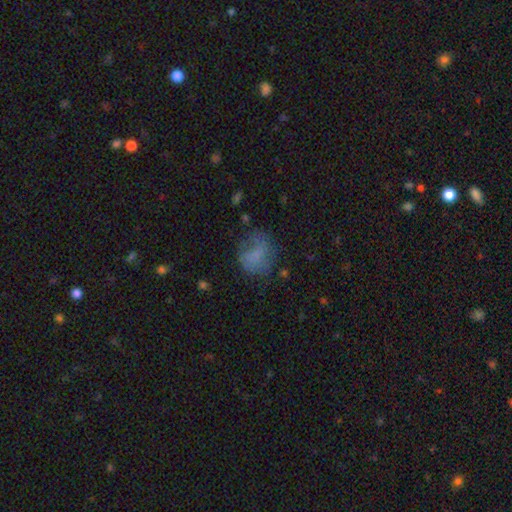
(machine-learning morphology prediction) smooth_or_featured: smooth (p=0.63) [alt: featured or disk p=0.24]
how_rounded: round (p=0.55) [alt: in between p=0.43]
merging: none (p=0.48) [alt: minor disturbance p=0.25]